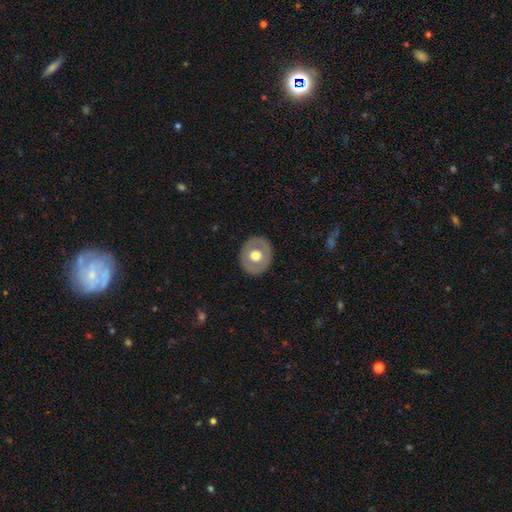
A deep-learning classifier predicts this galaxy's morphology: A smooth galaxy with no disk features (55%) that is round (76%). Merging: none (88%).